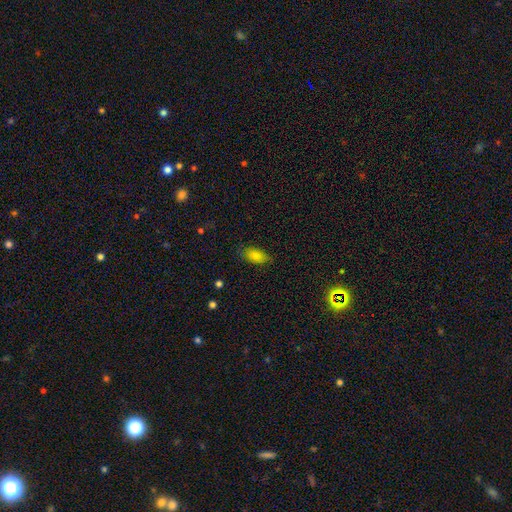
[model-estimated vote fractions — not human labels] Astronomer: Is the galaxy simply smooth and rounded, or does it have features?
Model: smooth — 81%.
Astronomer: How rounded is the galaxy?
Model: in between — 90%.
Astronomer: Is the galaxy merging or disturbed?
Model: none — 79%.